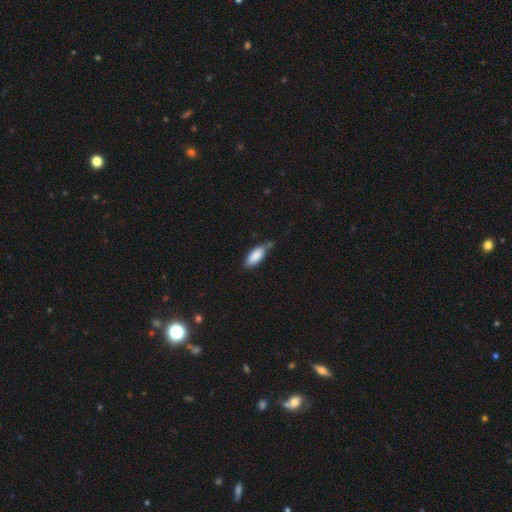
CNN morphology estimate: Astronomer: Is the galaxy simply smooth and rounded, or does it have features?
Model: smooth — 86%.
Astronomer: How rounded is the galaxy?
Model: in between — 79%.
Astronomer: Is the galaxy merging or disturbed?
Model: none — 65%.